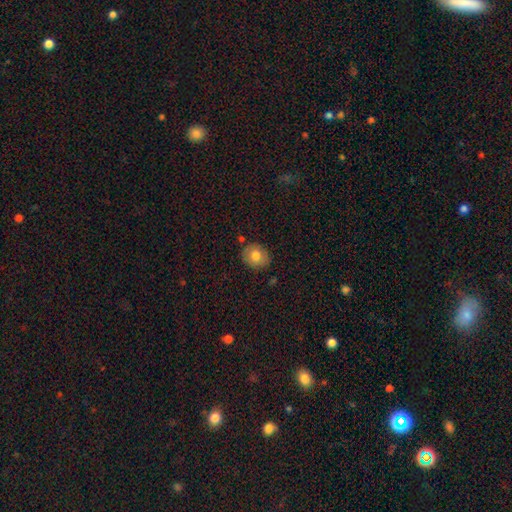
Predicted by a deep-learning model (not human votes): Smooth or featured: smooth — 77% (featured or disk — 15%)
How rounded: round — 66% (in between — 33%)
Merging: none — 83% (minor disturbance — 12%)